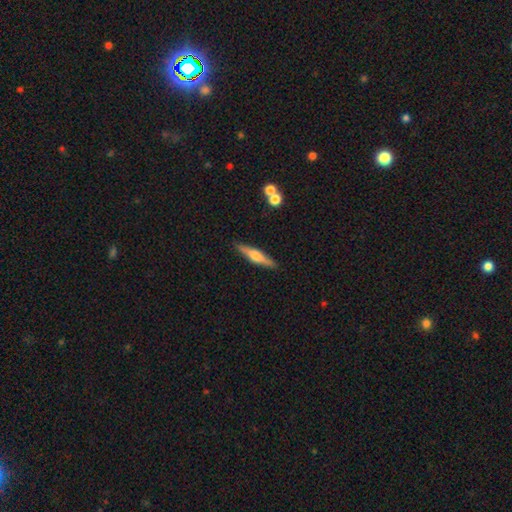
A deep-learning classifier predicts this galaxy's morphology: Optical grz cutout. It shows a featured or disk galaxy (58%) viewed edge-on (96%) with a rounded central bulge (83%). Merging: none (89%).